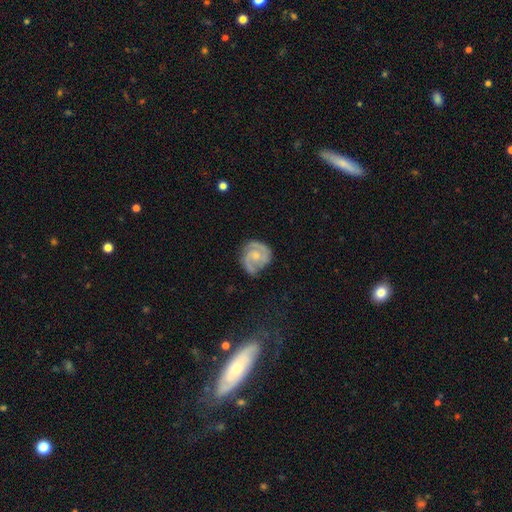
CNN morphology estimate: smooth_or_featured: featured or disk (p=0.85) [alt: smooth p=0.10]
disk_edge_on: no (p=0.98) [alt: yes p=0.02]
bar: no (p=0.67) [alt: weak p=0.28]
has_spiral_arms: yes (p=0.97) [alt: no p=0.03]
spiral_winding: tight (p=0.52) [alt: medium p=0.40]
spiral_arm_count: 2 (p=0.78) [alt: 3 p=0.10]
bulge_size: small (p=0.58) [alt: moderate p=0.34]
merging: none (p=0.71) [alt: minor disturbance p=0.21]